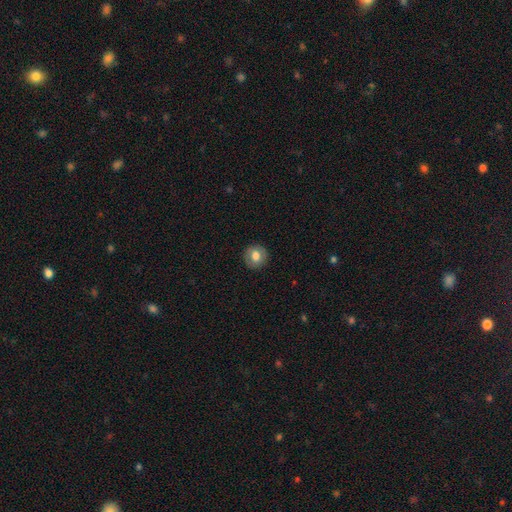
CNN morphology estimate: This appears to be a smooth galaxy with no disk features (75%) that is round (89%). Merging: none (90%).